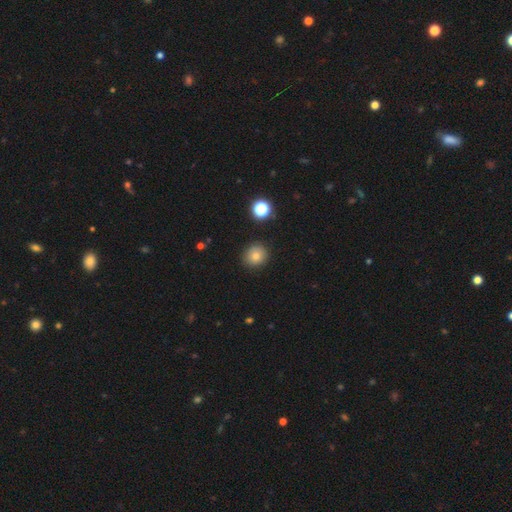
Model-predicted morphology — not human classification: smooth-or-featured: smooth: 79% | star or artifact: 13% | featured or disk: 8%
  how-rounded: round: 85% | in between: 14% | cigar-shaped: 1%
  merging: none: 89% | minor disturbance: 7% | major disturbance: 2% | merger: 2%